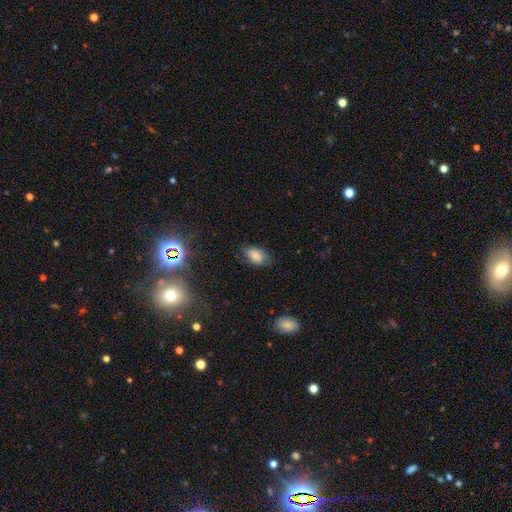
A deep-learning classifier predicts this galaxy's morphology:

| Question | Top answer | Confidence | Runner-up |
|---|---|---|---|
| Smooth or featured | smooth | 73% | featured or disk (16%) |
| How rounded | in between | 90% | round (8%) |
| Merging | none | 66% | minor disturbance (25%) |